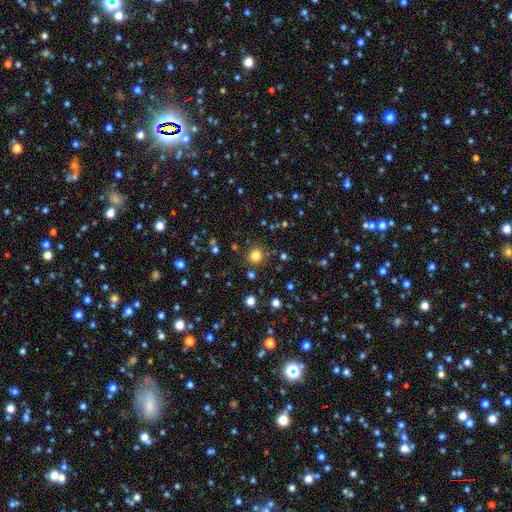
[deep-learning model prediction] Q: Smooth or featured?
A: smooth (80%); runner-up: star or artifact (15%)
Q: How rounded?
A: round (89%); runner-up: in between (10%)
Q: Merging?
A: none (85%); runner-up: minor disturbance (8%)